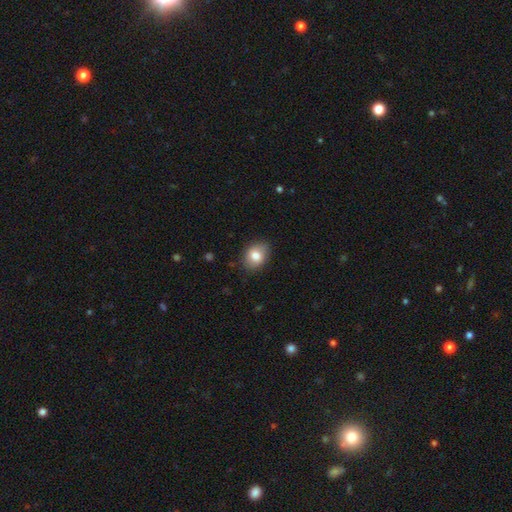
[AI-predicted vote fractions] Smooth or featured? smooth (81%)
How rounded? in between (62%)
Merging? none (83%)